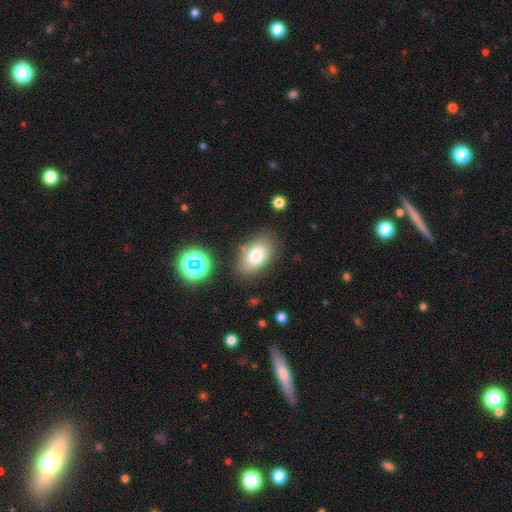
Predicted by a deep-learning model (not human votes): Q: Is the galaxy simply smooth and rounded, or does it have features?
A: smooth — 78%.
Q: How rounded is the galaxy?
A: in between — 90%.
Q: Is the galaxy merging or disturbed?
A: none — 79%.